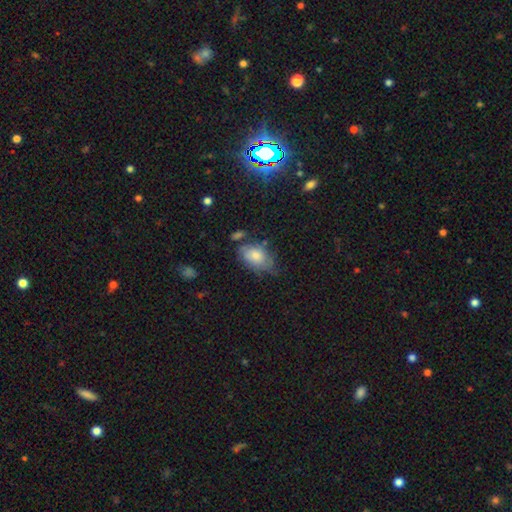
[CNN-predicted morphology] A smooth galaxy with no disk features (70%) that is in between round and cigar-shaped (87%).

Vote fractions:
- Smooth or featured? smooth: 70% / featured or disk: 20% / star or artifact: 10%
- How rounded? in between: 87% / round: 11% / cigar-shaped: 2%
- Merging? none: 51% / minor disturbance: 32% / major disturbance: 11% / merger: 6%